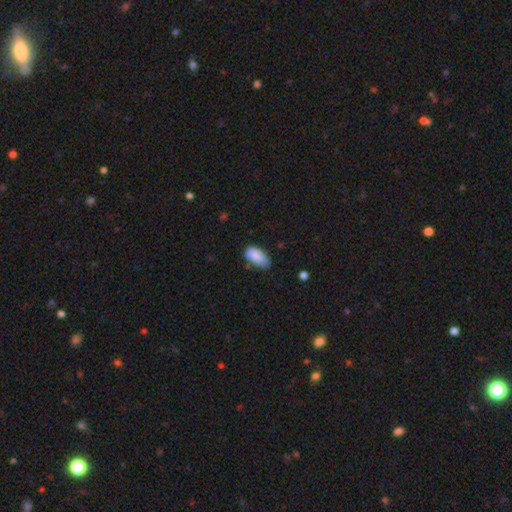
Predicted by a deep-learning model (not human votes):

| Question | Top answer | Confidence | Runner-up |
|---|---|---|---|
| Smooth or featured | smooth | 86% | star or artifact (7%) |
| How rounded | in between | 92% | cigar-shaped (5%) |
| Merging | none | 60% | minor disturbance (30%) |